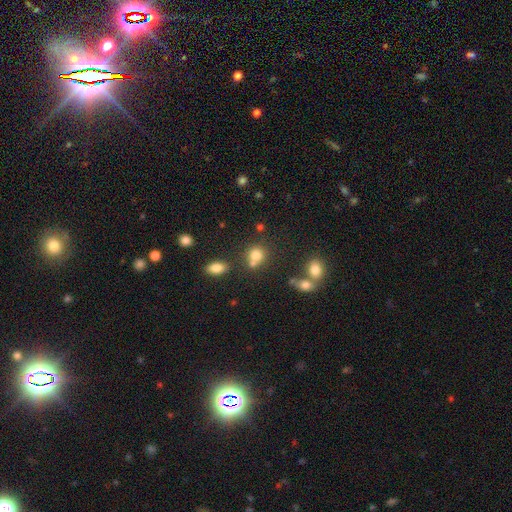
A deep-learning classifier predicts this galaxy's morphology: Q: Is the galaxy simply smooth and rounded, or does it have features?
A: smooth — 77%.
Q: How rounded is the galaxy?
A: round — 78%.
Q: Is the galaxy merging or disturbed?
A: none — 51%.